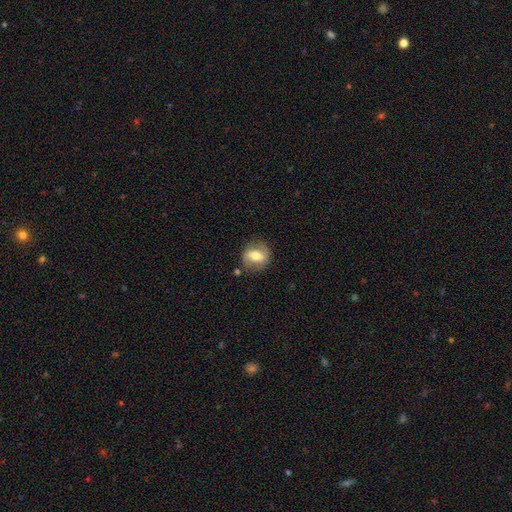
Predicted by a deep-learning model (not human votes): Smooth or featured? smooth (51%)
How rounded? round (63%)
Merging? none (76%)